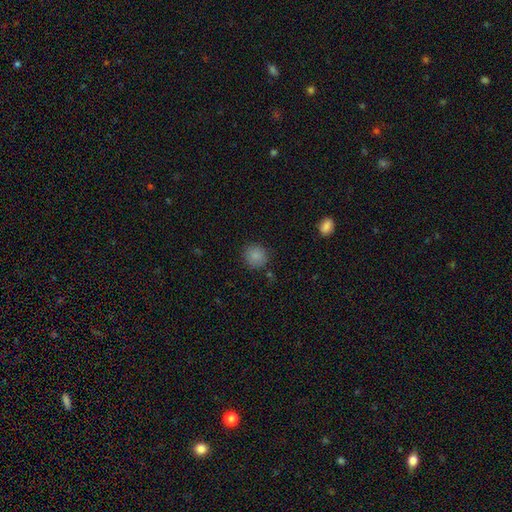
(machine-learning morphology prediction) The model was most divided on "smooth or featured": smooth: 86%, star or artifact: 10%, featured or disk: 4%. More confident: how rounded — round (89%); merging — none (86%).